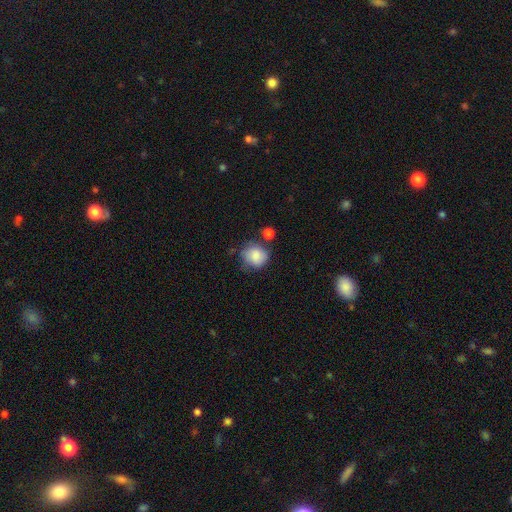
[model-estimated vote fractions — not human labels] Smooth or featured? smooth (83%)
How rounded? round (83%)
Merging? none (59%)